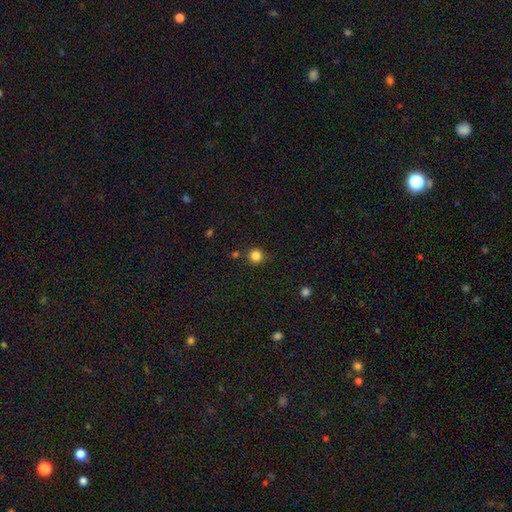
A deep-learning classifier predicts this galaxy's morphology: type=smooth (84%); roundness=round (93%); merging=none (86%).